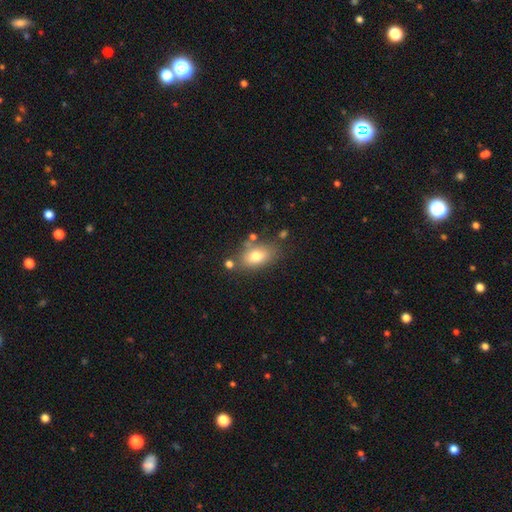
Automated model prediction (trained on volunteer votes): This is likely a smooth galaxy (75%). How rounded: clearly in between (84%). Merging: likely none (70%).